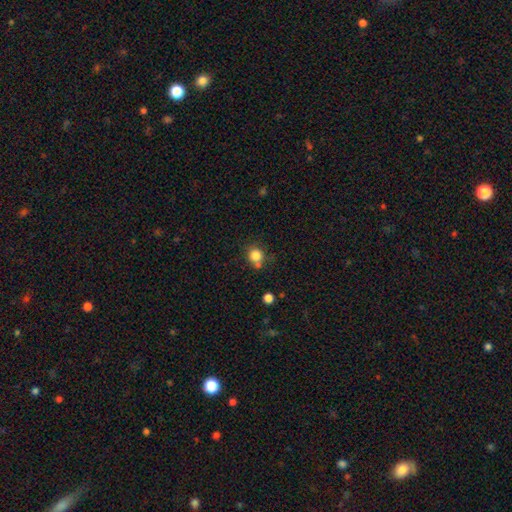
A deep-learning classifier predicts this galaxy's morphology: The model was most divided on "merging": none: 61%, minor disturbance: 17%, merger: 16%, major disturbance: 6%. More confident: how rounded — round (83%); smooth or featured — smooth (82%).